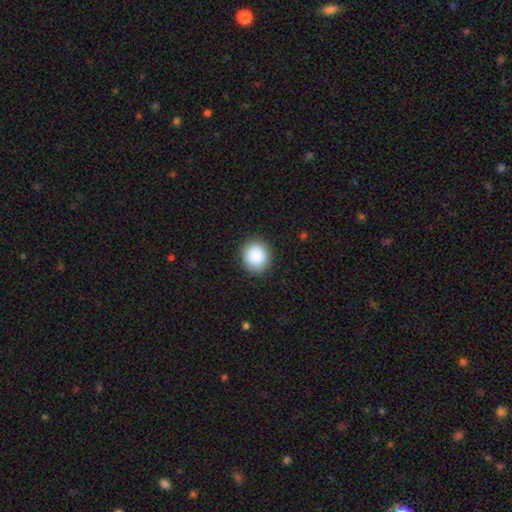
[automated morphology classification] A smooth galaxy with no disk features (89%) that is round (86%).

Vote fractions:
- Smooth or featured? smooth: 89% / star or artifact: 8% / featured or disk: 3%
- How rounded? round: 86% / in between: 13% / cigar-shaped: 1%
- Merging? none: 89% / minor disturbance: 7% / major disturbance: 2% / merger: 1%